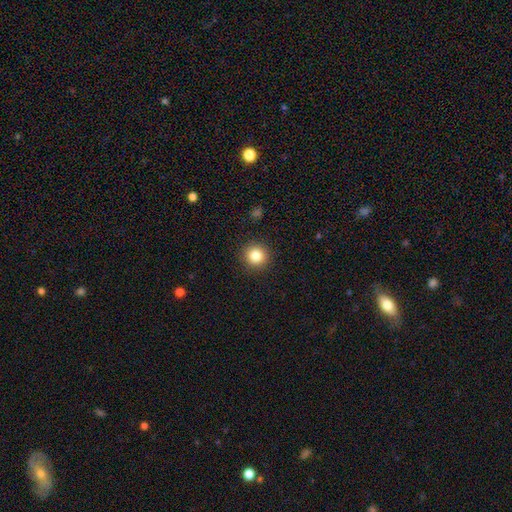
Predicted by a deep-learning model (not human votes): Smooth or featured? smooth (85%)
How rounded? round (94%)
Merging? none (91%)